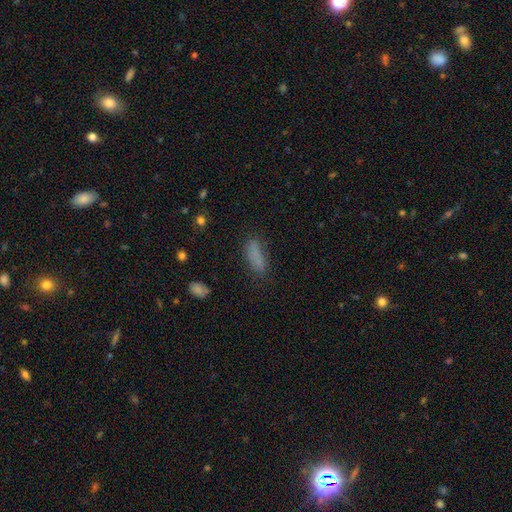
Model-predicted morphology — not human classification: smooth_or_featured: smooth (p=0.81) [alt: star or artifact p=0.11]
how_rounded: in between (p=0.53) [alt: cigar-shaped p=0.45]
merging: none (p=0.72) [alt: minor disturbance p=0.18]